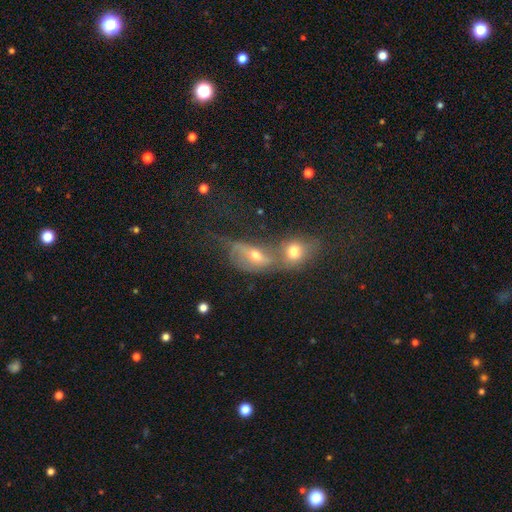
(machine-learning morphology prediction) Q: Smooth or featured?
A: smooth (47%); runner-up: featured or disk (38%)
Q: Merging?
A: merger (73%); runner-up: none (13%)